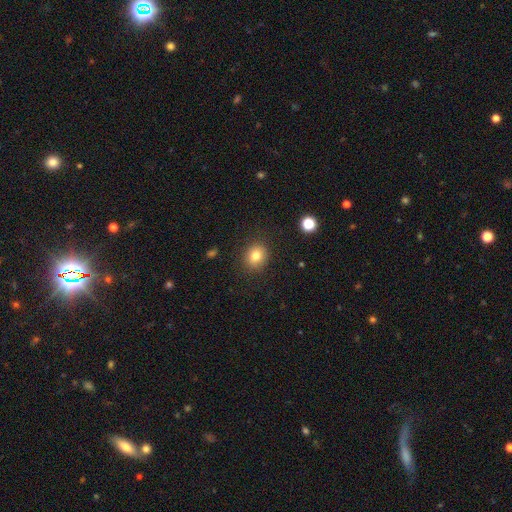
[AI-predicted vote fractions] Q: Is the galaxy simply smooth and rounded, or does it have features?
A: smooth — 80%.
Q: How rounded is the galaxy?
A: round — 75%.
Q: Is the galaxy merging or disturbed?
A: none — 89%.